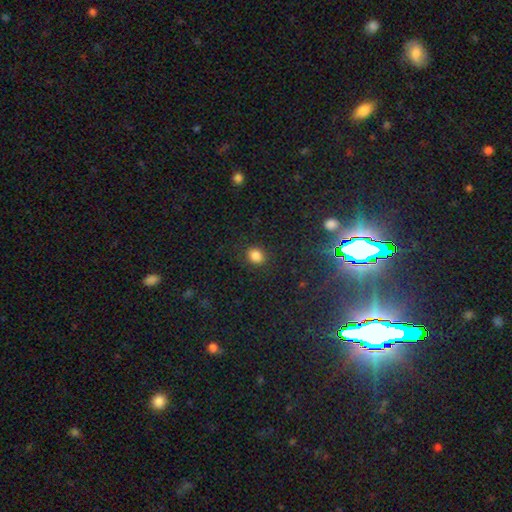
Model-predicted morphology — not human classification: A smooth galaxy with no disk features (84%) that is round (62%).

Vote fractions:
- Smooth or featured? smooth: 84% / star or artifact: 12% / featured or disk: 4%
- How rounded? round: 62% / in between: 37% / cigar-shaped: 1%
- Merging? none: 87% / minor disturbance: 8% / major disturbance: 3% / merger: 1%